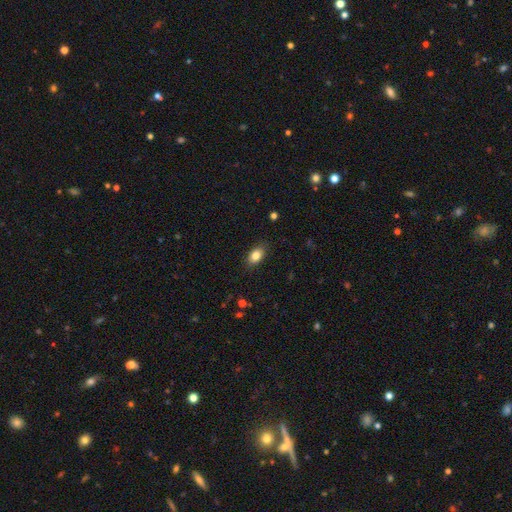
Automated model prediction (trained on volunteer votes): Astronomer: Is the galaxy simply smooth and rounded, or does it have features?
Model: smooth — 84%.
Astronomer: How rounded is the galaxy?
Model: in between — 86%.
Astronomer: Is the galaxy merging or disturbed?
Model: none — 85%.